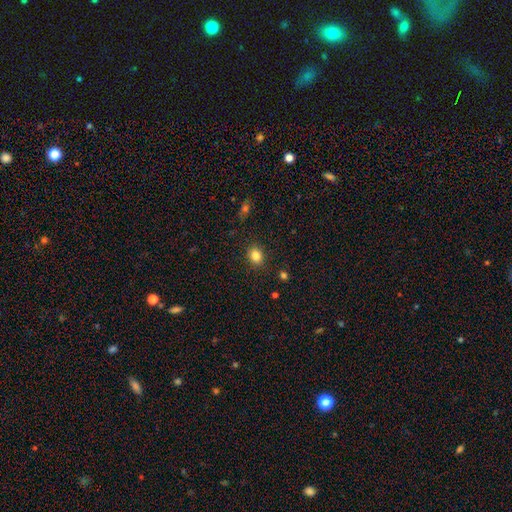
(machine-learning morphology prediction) smooth 84%, star or artifact 11%, featured or disk 5%. Down the decision tree: how rounded — round (54%); merging — none (88%).